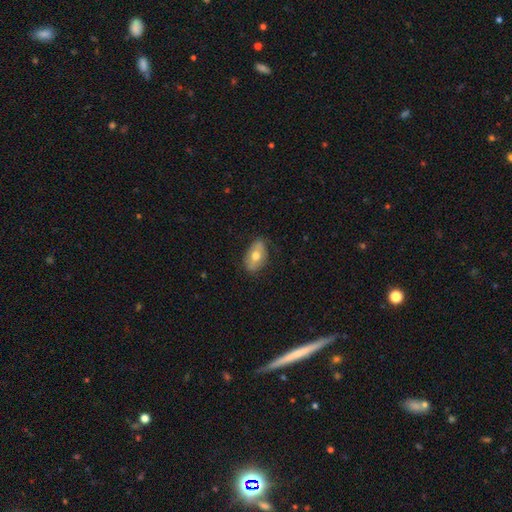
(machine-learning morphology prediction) Smooth or featured?
  - smooth: 63% *
  - featured or disk: 30%
  - star or artifact: 7%
How rounded?
  - in between: 90% *
  - round: 8%
  - cigar-shaped: 2%
Merging?
  - none: 76% *
  - minor disturbance: 19%
  - major disturbance: 4%
  - merger: 1%